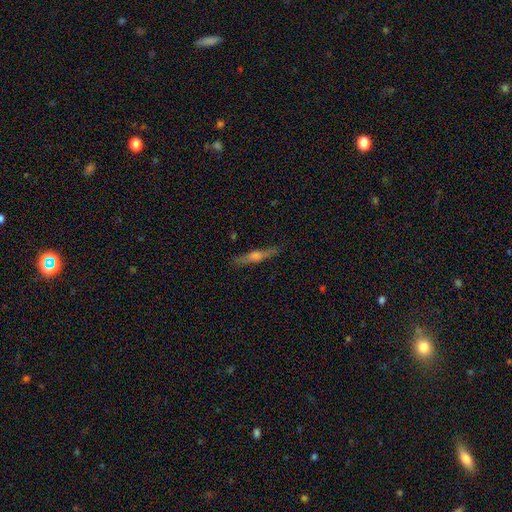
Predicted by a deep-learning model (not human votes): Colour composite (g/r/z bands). It shows a featured or disk galaxy (63%) viewed edge-on (95%) with a rounded central bulge (83%). Merging: none (86%).